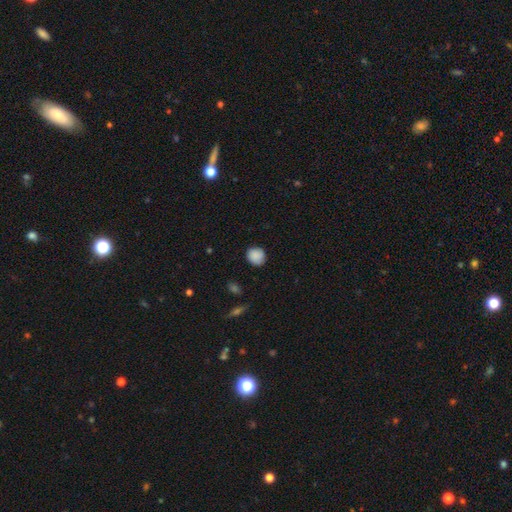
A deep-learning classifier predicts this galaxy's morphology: This appears to be a smooth galaxy with no disk features (87%) that is round (81%). Merging: none (82%).